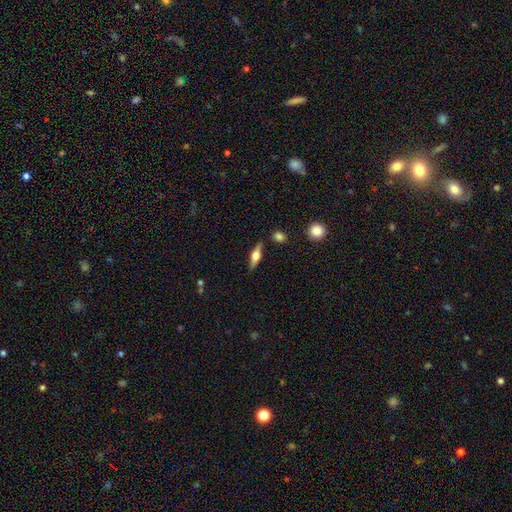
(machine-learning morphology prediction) A featured or disk galaxy (54%) viewed edge-on (94%) with a rounded central bulge (89%). Merging: none (83%).